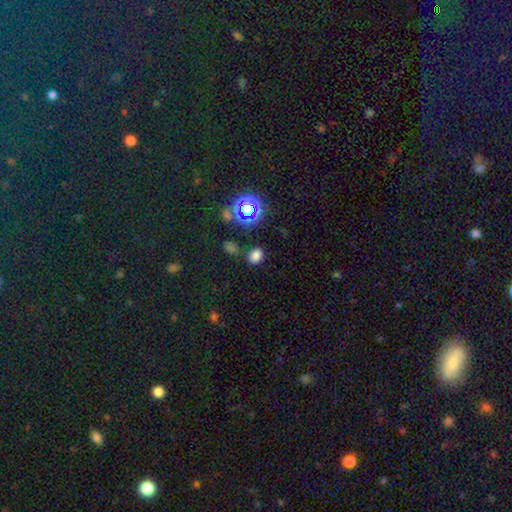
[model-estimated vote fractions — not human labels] The model was most divided on "how rounded": in between: 57%, round: 42%, cigar-shaped: 1%. More confident: merging — none (77%); smooth or featured — smooth (70%).